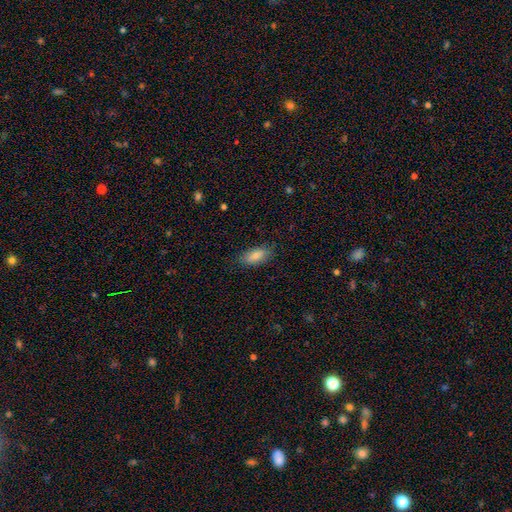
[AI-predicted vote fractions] smooth 85%, featured or disk 8%, star or artifact 7%. Down the decision tree: how rounded — in between (86%); merging — none (84%).